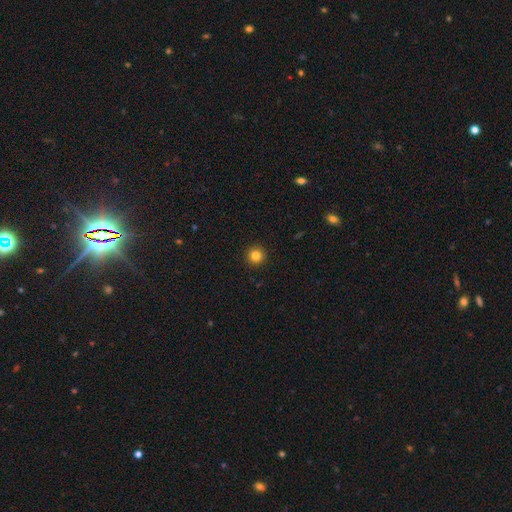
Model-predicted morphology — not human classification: This is clearly a smooth galaxy (83%). How rounded: clearly round (96%). Merging: clearly none (93%).